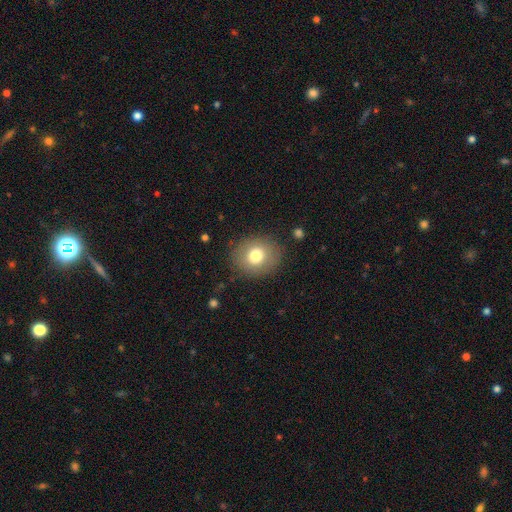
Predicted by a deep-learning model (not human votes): Smooth or featured? smooth (76%)
How rounded? round (78%)
Merging? none (86%)